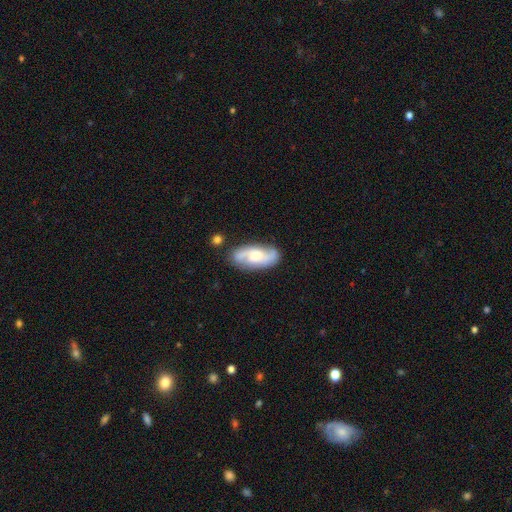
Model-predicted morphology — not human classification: A featured or disk galaxy (68%) with no bar (54%), 2 (80%) medium (46%) spiral arms (92%) and a moderate central bulge (54%). Merging: none (75%).